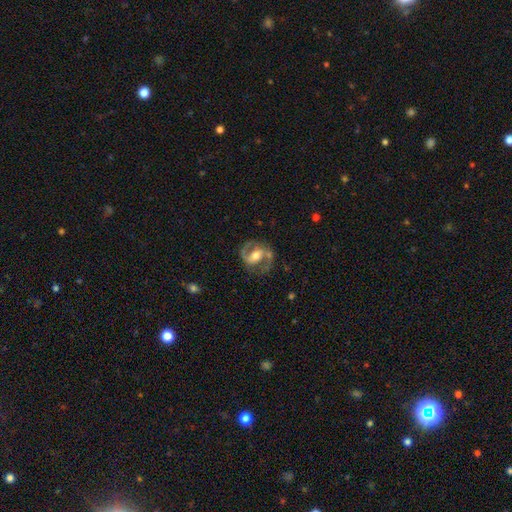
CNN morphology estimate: This is clearly a featured or disk galaxy (86%). It is clearly not viewed edge-on (97%). Bar: marginally weak (40%). Spiral arm pattern: clearly yes (94%). Spiral arm count: clearly 2 (89%). Spiral winding: possibly medium (59%). Central bulge: likely moderate (67%). Merging: likely none (72%).